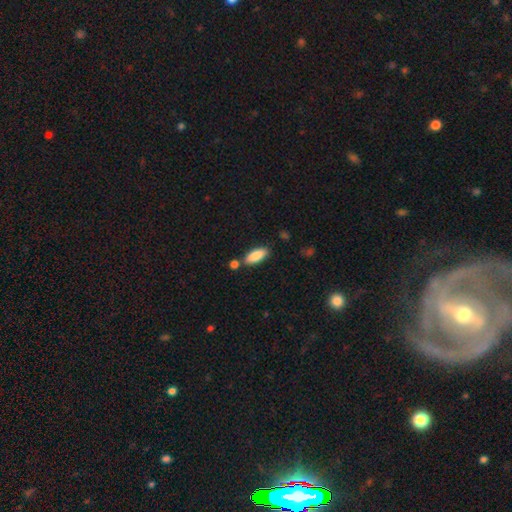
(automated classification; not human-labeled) Smooth or featured: smooth — 87% (featured or disk — 7%)
How rounded: in between — 74% (cigar-shaped — 24%)
Merging: none — 76% (minor disturbance — 11%)